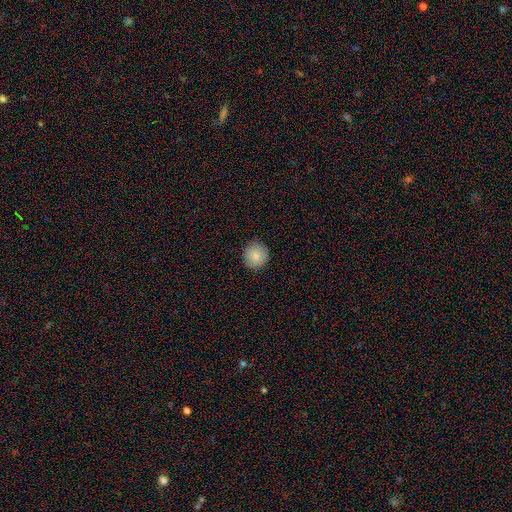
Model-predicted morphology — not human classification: type=smooth (86%); roundness=round (93%); merging=none (88%).